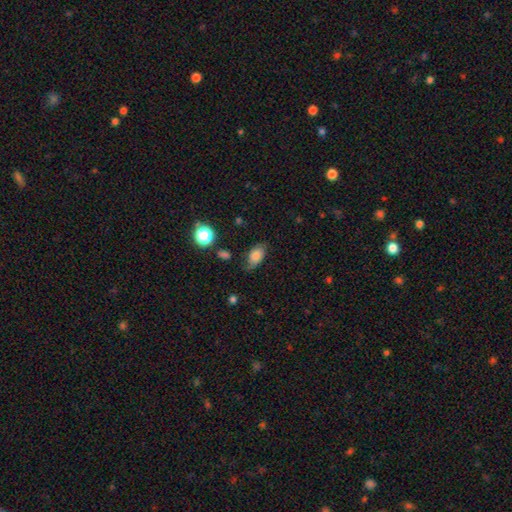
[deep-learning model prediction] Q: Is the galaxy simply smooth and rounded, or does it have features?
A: smooth — 73%.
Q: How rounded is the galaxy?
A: in between — 88%.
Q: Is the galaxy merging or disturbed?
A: none — 63%.